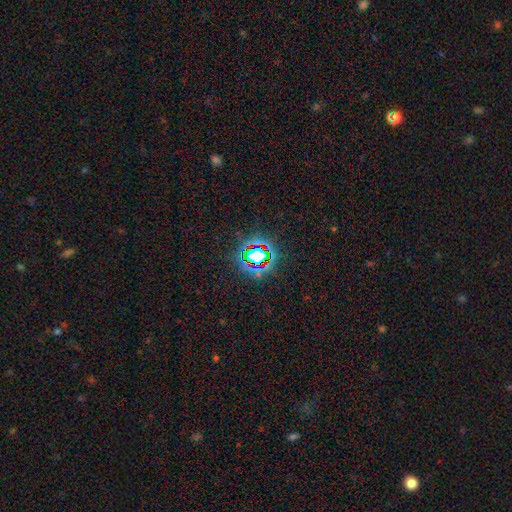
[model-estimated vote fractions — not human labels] Smooth or featured?
  - star or artifact: 70% *
  - smooth: 18%
  - featured or disk: 12%